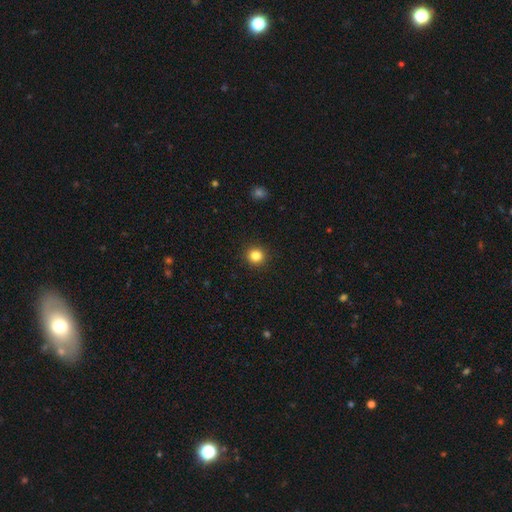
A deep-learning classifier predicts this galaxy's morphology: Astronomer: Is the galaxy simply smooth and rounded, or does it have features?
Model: smooth — 83%.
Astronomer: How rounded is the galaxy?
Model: round — 93%.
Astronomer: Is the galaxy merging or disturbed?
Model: none — 93%.